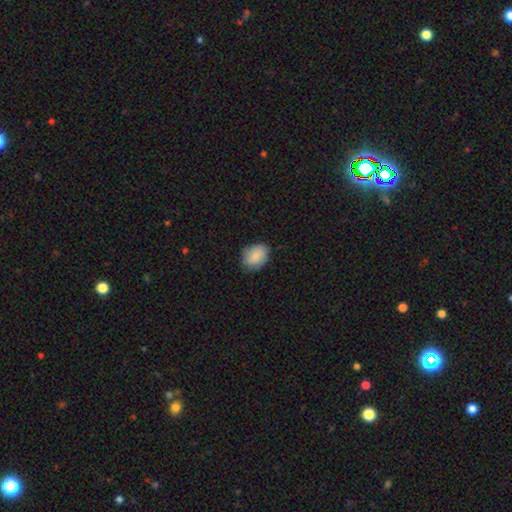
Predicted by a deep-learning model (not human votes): A smooth galaxy with no disk features (84%) that is in between round and cigar-shaped (61%).

Vote fractions:
- Smooth or featured? smooth: 84% / featured or disk: 9% / star or artifact: 7%
- How rounded? in between: 61% / round: 38% / cigar-shaped: 1%
- Merging? none: 77% / minor disturbance: 18% / major disturbance: 3% / merger: 1%